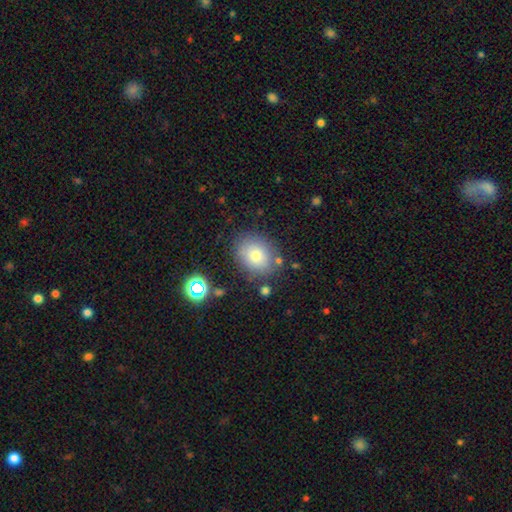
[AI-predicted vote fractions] Smooth or featured?
  - smooth: 76% *
  - featured or disk: 12%
  - star or artifact: 12%
How rounded?
  - round: 51% *
  - in between: 48%
  - cigar-shaped: 1%
Merging?
  - none: 79% *
  - minor disturbance: 13%
  - major disturbance: 4%
  - merger: 4%